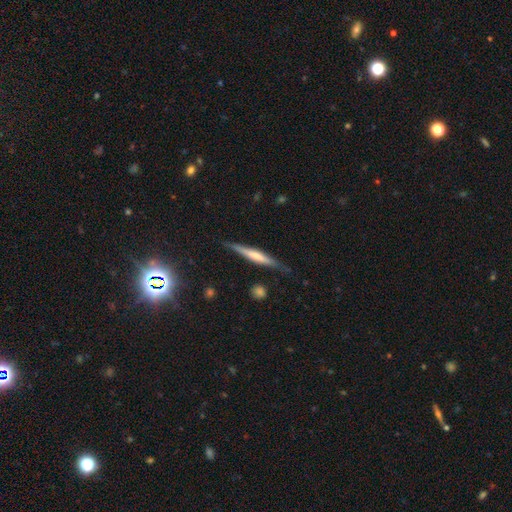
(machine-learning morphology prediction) Smooth or featured? Predicted: featured or disk (p=0.56). Edge-on disk? Predicted: yes (p=0.96). Edge-on bulge? Predicted: rounded (p=0.43). Merging? Predicted: none (p=0.82).